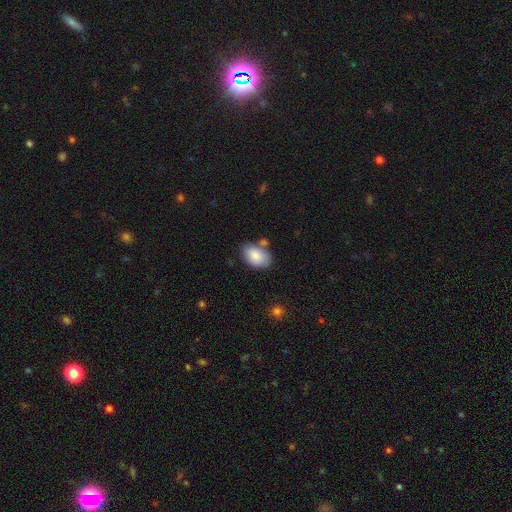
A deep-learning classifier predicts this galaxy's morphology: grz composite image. It shows a smooth galaxy with no disk features (85%) that is in between round and cigar-shaped (90%). Merging: none (66%).